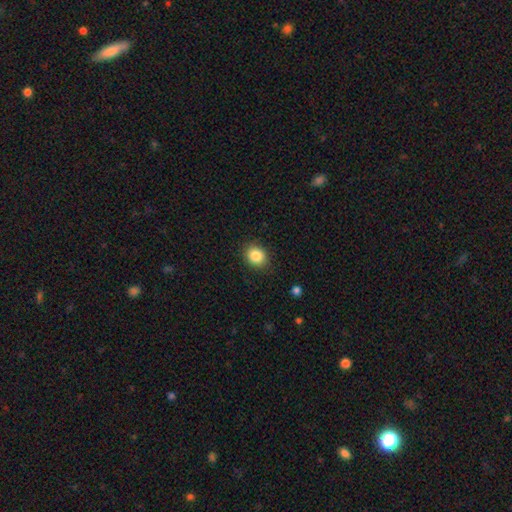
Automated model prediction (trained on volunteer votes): Smooth or featured: smooth — 85% (star or artifact — 9%)
How rounded: round — 59% (in between — 40%)
Merging: none — 87% (minor disturbance — 9%)